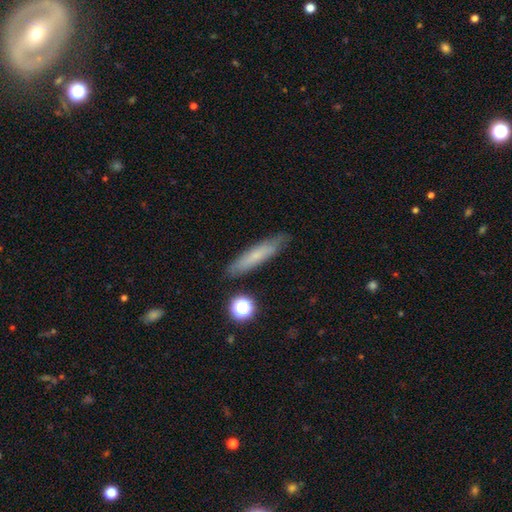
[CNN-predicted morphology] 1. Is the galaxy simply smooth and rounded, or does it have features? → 65% smooth, 26% featured or disk, 9% star or artifact.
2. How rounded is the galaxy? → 84% cigar-shaped, 14% in between, 2% round.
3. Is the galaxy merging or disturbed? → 83% none, 12% minor disturbance, 3% major disturbance, 2% merger.